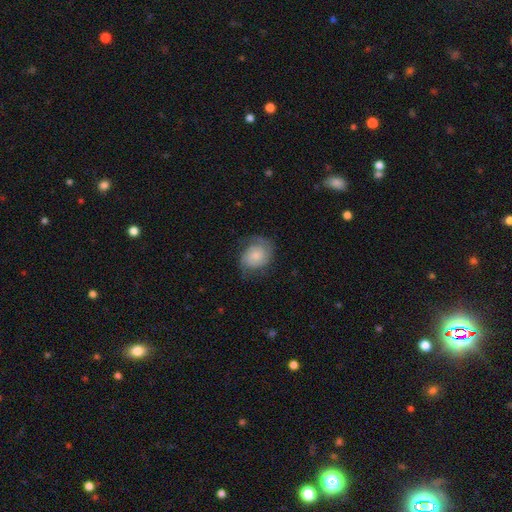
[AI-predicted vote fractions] Smooth or featured?
  - featured or disk: 56% *
  - smooth: 37%
  - star or artifact: 8%
Edge-on disk?
  - no: 97% *
  - yes: 3%
Bar?
  - no: 77% *
  - weak: 20%
  - strong: 3%
Spiral arms?
  - yes: 89% *
  - no: 11%
Bulge size?
  - small: 35% *
  - moderate: 30%
  - none: 16%
  - large: 15%
  - dominant: 5%
Merging?
  - none: 63% *
  - minor disturbance: 24%
  - major disturbance: 12%
  - merger: 1%